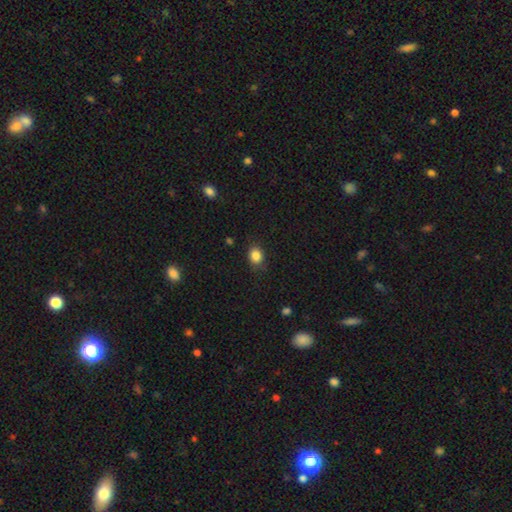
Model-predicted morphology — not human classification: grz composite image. It shows a smooth galaxy with no disk features (85%) that is in between round and cigar-shaped (53%). Merging: none (82%).